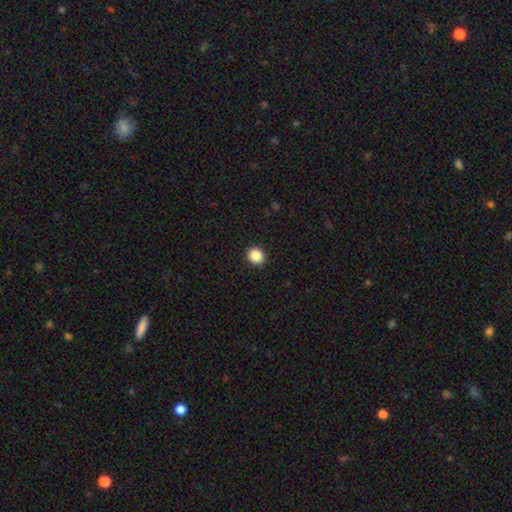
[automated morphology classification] smooth 87%, star or artifact 10%, featured or disk 3%. Down the decision tree: how rounded — round (81%); merging — none (93%).